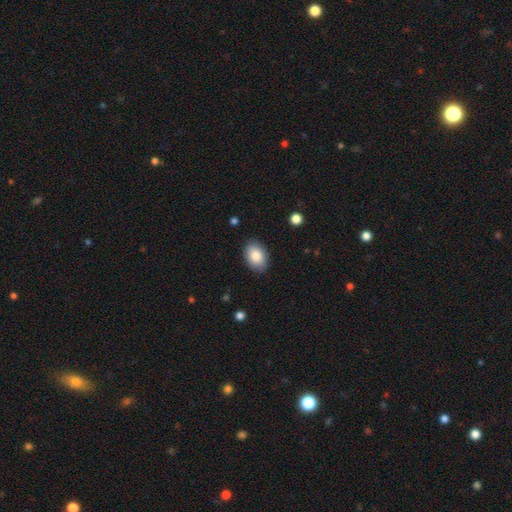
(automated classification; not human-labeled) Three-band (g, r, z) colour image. It shows a smooth galaxy with no disk features (85%) that is in between round and cigar-shaped (87%). Merging: none (87%).